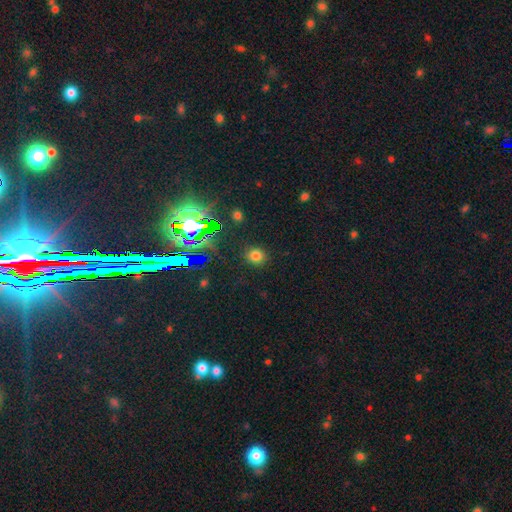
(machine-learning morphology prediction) Overall: smooth (72%). How rounded: round (79%). Merging: none (87%).